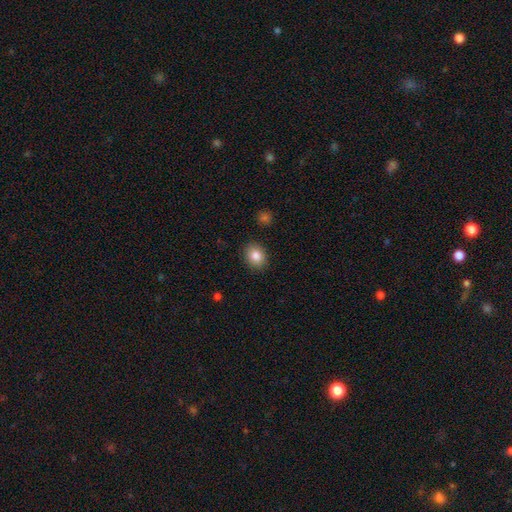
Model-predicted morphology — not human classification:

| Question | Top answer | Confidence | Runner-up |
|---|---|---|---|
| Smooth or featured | smooth | 85% | star or artifact (8%) |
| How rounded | in between | 51% | round (49%) |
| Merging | none | 89% | minor disturbance (8%) |